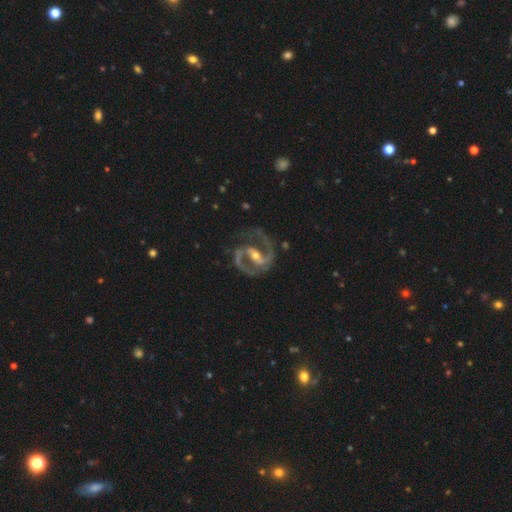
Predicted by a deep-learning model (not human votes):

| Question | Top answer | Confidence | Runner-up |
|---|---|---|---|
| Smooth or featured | featured or disk | 93% | star or artifact (4%) |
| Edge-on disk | no | 98% | yes (2%) |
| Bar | strong | 55% | weak (32%) |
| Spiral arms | yes | 98% | no (2%) |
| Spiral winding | medium | 65% | tight (21%) |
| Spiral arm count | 2 | 93% | 1 (2%) |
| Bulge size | moderate | 52% | small (44%) |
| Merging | none | 74% | minor disturbance (16%) |